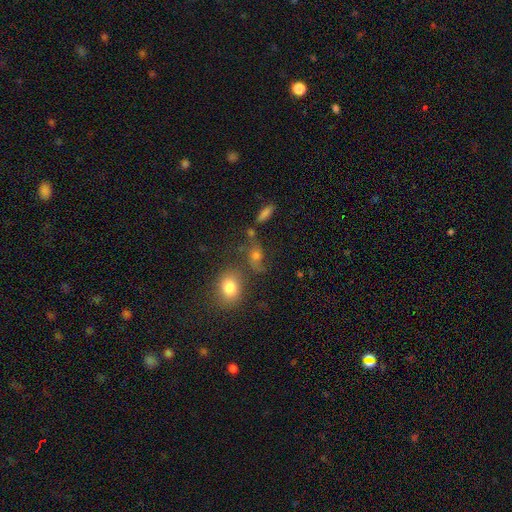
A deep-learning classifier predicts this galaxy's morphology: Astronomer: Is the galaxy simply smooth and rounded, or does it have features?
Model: smooth — 48% (runner-up: featured or disk, 32%).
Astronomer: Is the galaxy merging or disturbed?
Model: none — 53%.